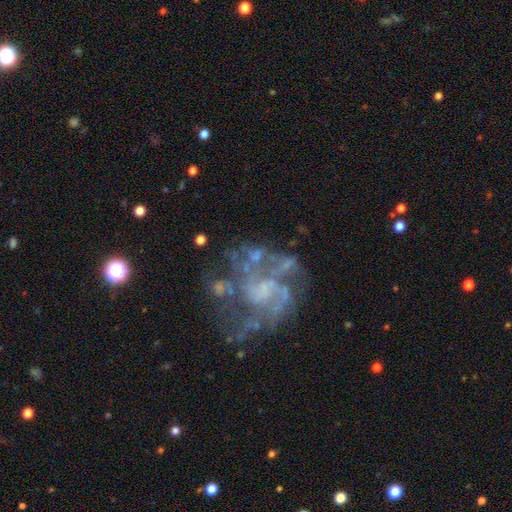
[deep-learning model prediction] Smooth or featured?
  - featured or disk: 79% *
  - star or artifact: 12%
  - smooth: 9%
Edge-on disk?
  - no: 98% *
  - yes: 2%
Bar?
  - no: 70% *
  - weak: 24%
  - strong: 6%
Spiral arms?
  - yes: 70% *
  - no: 30%
Spiral winding?
  - medium: 42% *
  - loose: 29%
  - tight: 28%
Spiral arm count?
  - can't tell: 37% *
  - 2: 21%
  - 3: 20%
  - 4: 9%
  - 1: 7%
  - more than 4: 6%
Bulge size?
  - none: 52% *
  - small: 29%
  - moderate: 15%
  - large: 3%
  - dominant: 1%
Merging?
  - none: 43% *
  - major disturbance: 31%
  - minor disturbance: 17%
  - merger: 9%